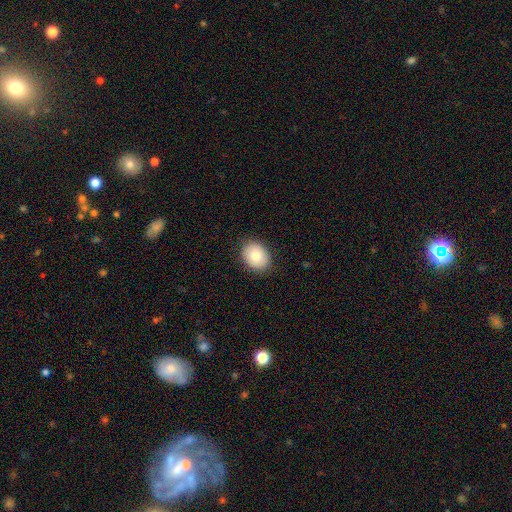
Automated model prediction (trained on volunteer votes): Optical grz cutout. It shows a smooth galaxy with no disk features (81%) that is in between round and cigar-shaped (60%). Merging: none (86%).